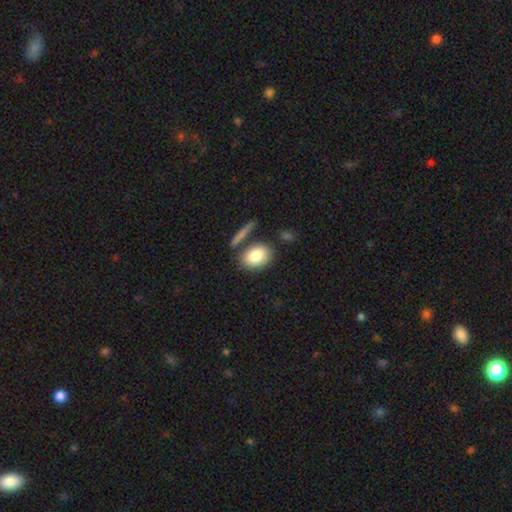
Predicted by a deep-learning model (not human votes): A smooth galaxy with no disk features (84%) that is in between round and cigar-shaped (78%). Merging: none (68%).